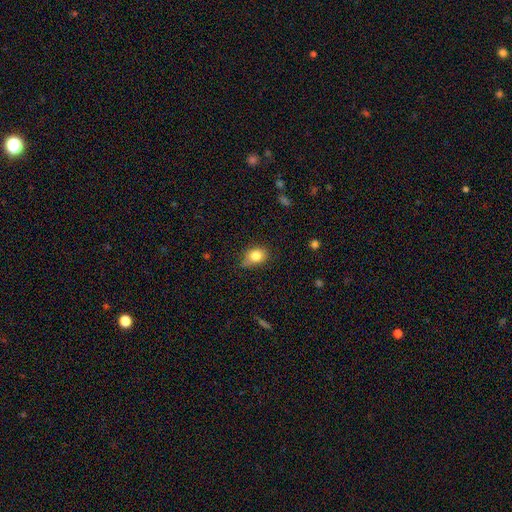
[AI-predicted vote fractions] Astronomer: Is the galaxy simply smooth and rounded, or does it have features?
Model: smooth — 81%.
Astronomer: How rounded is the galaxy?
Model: in between — 59% (runner-up: round, 39%).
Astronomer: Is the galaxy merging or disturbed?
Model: none — 59%.